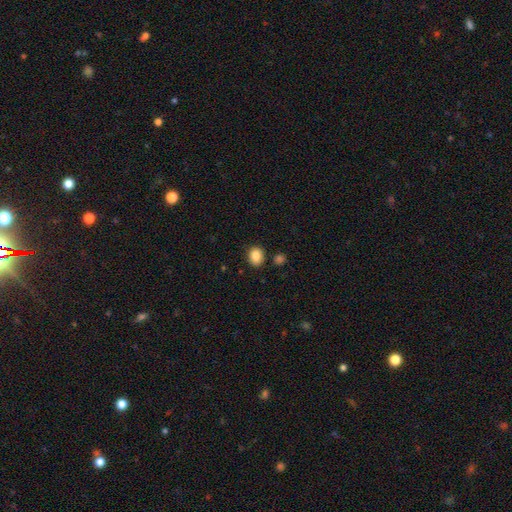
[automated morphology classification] type=smooth (87%); roundness=round (53%); merging=none (85%).